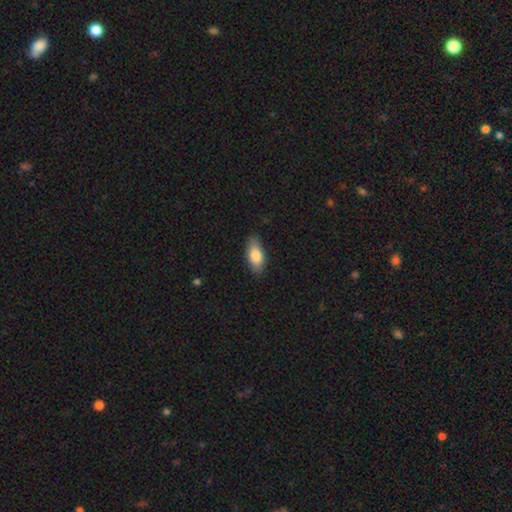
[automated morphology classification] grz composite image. It shows a smooth galaxy with no disk features (82%) that is in between round and cigar-shaped (86%). Merging: none (85%).